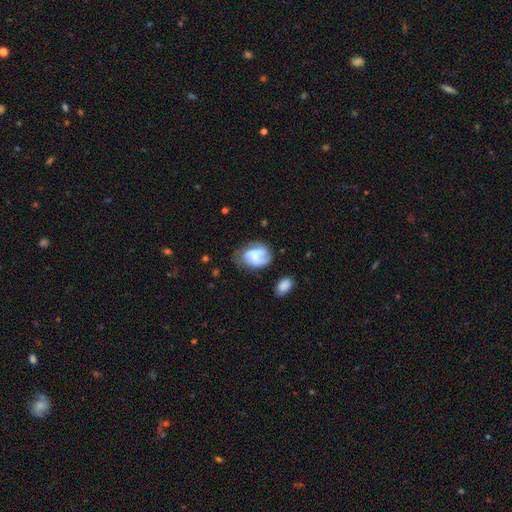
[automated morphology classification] Smooth or featured? Predicted: featured or disk (p=0.49). Merging? Predicted: none (p=0.51).